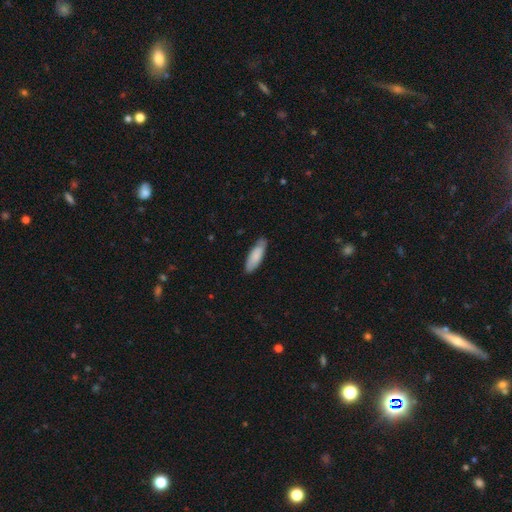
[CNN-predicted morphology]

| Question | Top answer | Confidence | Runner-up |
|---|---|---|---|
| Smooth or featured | smooth | 82% | featured or disk (12%) |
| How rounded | in between | 56% | cigar-shaped (43%) |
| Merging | none | 79% | minor disturbance (18%) |